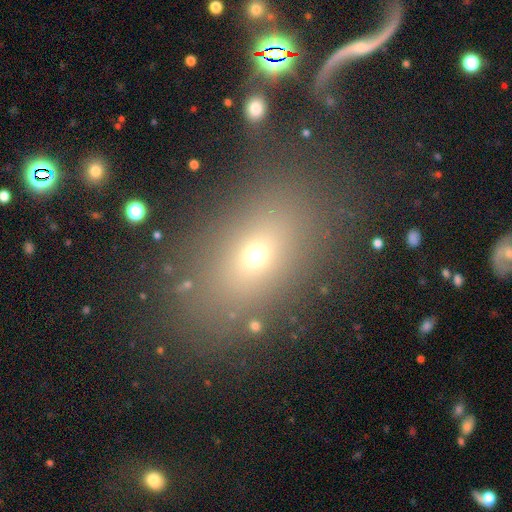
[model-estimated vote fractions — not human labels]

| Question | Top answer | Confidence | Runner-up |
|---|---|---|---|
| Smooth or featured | smooth | 62% | star or artifact (23%) |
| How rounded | in between | 70% | round (27%) |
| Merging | none | 79% | minor disturbance (10%) |